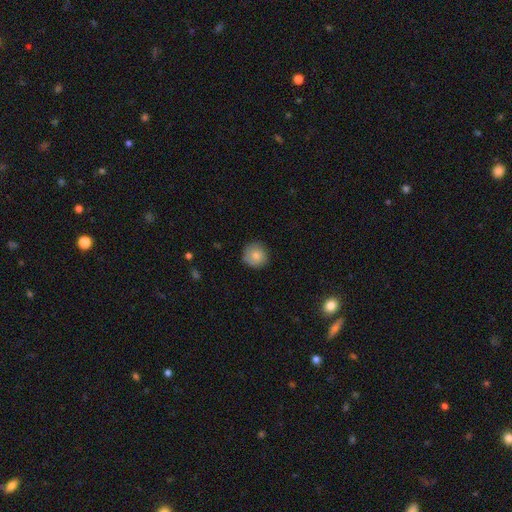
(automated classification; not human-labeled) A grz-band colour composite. It shows a smooth galaxy with no disk features (80%) that is round (93%). Merging: none (84%).